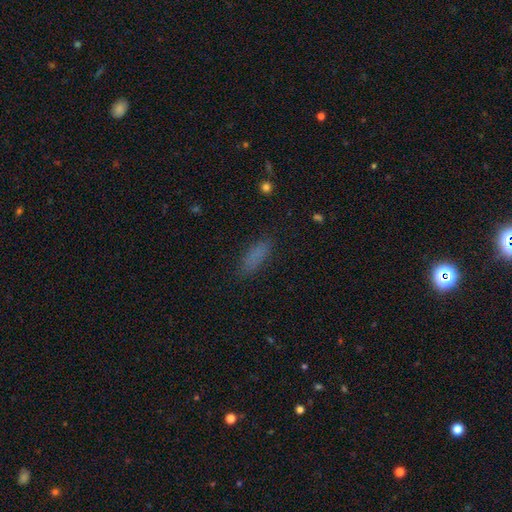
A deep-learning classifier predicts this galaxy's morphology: smooth_or_featured: smooth (p=0.81) [alt: star or artifact p=0.12]
how_rounded: in between (p=0.53) [alt: cigar-shaped p=0.44]
merging: none (p=0.83) [alt: minor disturbance p=0.12]